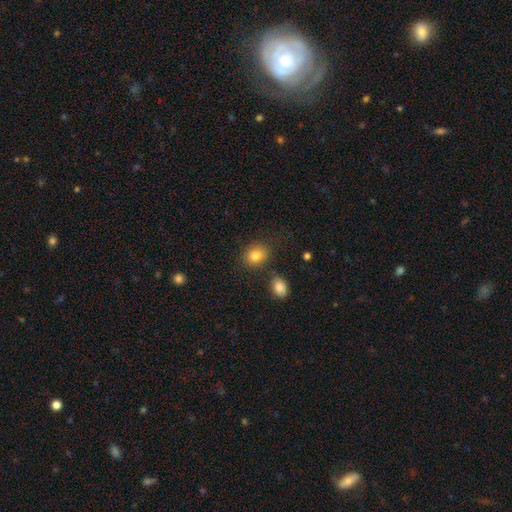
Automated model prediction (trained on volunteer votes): Smooth or featured?
  - smooth: 82% *
  - star or artifact: 10%
  - featured or disk: 7%
How rounded?
  - round: 57% *
  - in between: 42%
  - cigar-shaped: 1%
Merging?
  - none: 79% *
  - minor disturbance: 11%
  - merger: 7%
  - major disturbance: 3%